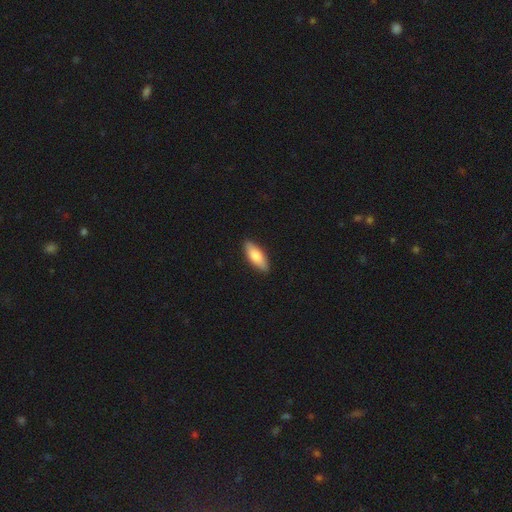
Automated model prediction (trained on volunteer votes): The model was most divided on "how rounded": in between: 68%, cigar-shaped: 30%, round: 2%. More confident: merging — none (90%); smooth or featured — smooth (76%).